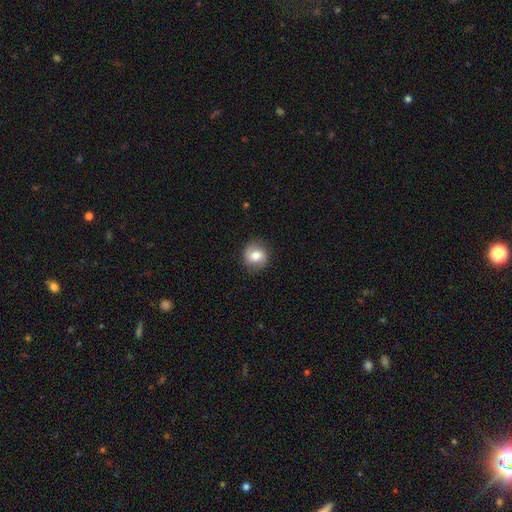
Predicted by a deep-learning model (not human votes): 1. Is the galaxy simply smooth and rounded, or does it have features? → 65% smooth, 27% featured or disk, 8% star or artifact.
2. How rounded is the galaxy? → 79% round, 20% in between, 1% cigar-shaped.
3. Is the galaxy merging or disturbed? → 85% none, 11% minor disturbance, 3% major disturbance, 1% merger.